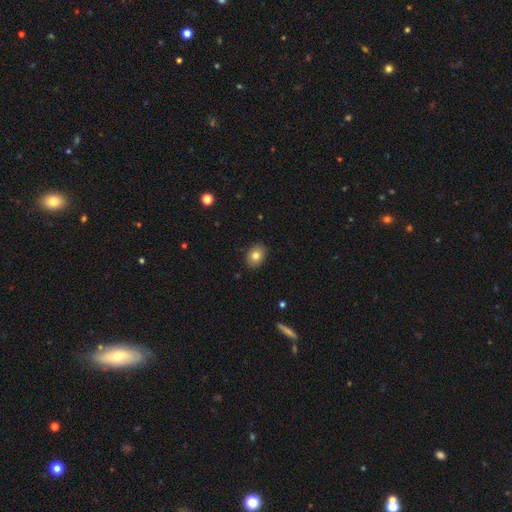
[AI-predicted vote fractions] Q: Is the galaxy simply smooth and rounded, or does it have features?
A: smooth — 80%.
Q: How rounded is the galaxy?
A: in between — 68%.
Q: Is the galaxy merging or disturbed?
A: none — 88%.